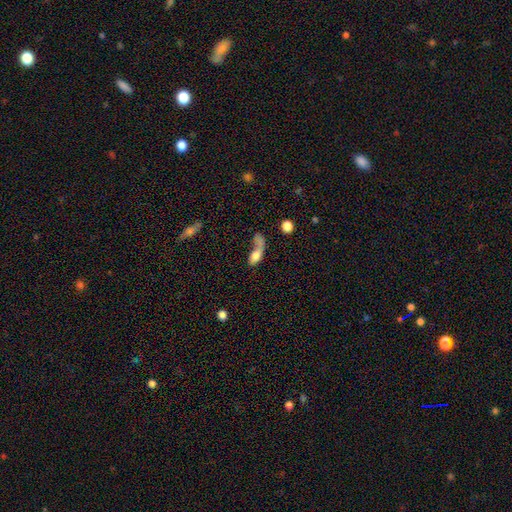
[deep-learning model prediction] smooth-or-featured: smooth: 60% | featured or disk: 30% | star or artifact: 10%
  how-rounded: in between: 66% | cigar-shaped: 22% | round: 12%
  merging: major disturbance: 34% | merger: 33% | none: 20% | minor disturbance: 13%